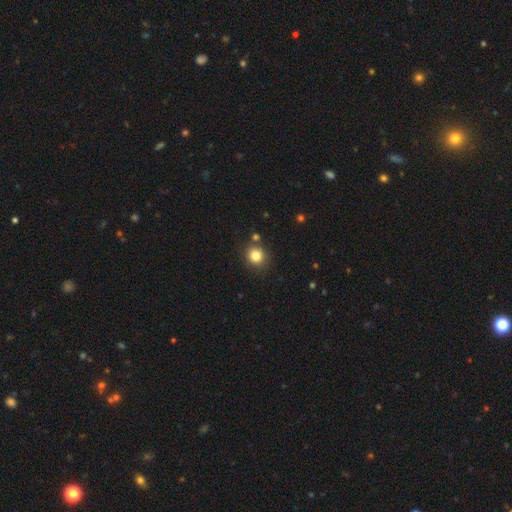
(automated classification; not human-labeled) Smooth or featured: smooth — 82% (star or artifact — 12%)
How rounded: round — 86% (in between — 13%)
Merging: none — 83% (minor disturbance — 9%)